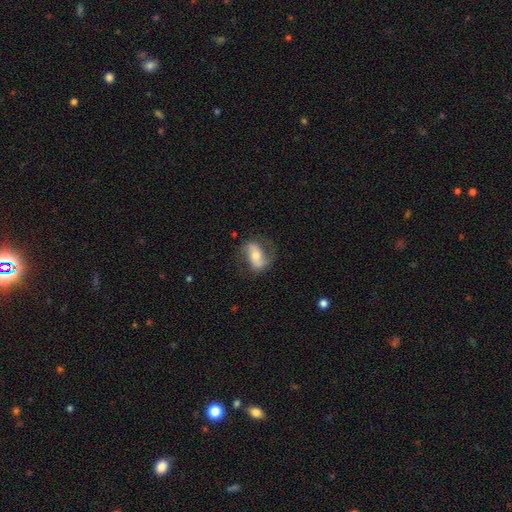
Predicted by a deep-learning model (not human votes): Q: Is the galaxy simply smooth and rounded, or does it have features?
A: featured or disk — 64%.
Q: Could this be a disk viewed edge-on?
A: no — 93%.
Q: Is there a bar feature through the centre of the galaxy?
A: no — 40%.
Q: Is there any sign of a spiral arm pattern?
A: yes — 86%.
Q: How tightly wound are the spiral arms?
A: loose — 51%.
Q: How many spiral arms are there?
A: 2 — 87%.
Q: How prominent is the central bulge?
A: moderate — 62%.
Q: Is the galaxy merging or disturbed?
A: none — 70%.